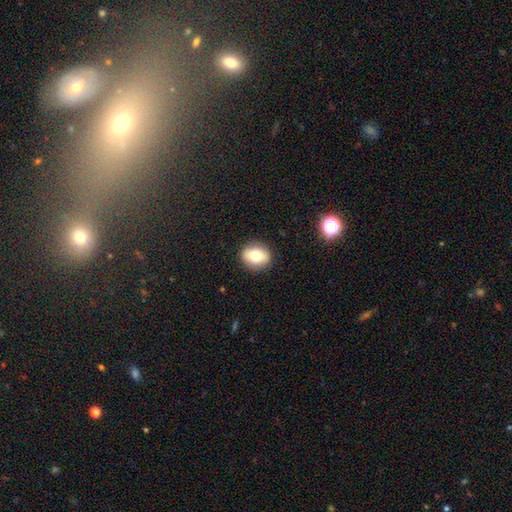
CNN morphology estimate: Q: Smooth or featured?
A: smooth (71%); runner-up: featured or disk (20%)
Q: How rounded?
A: round (61%); runner-up: in between (37%)
Q: Merging?
A: none (89%); runner-up: minor disturbance (8%)